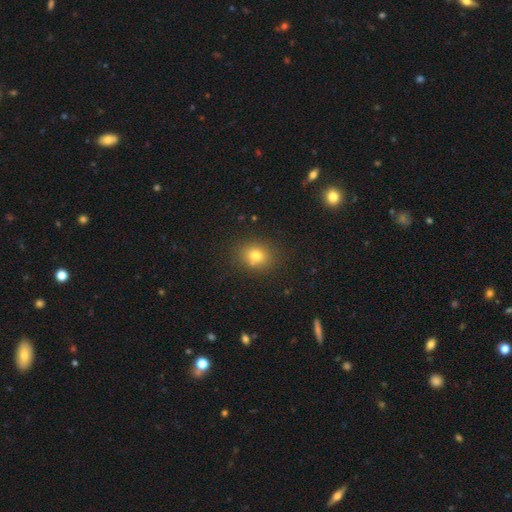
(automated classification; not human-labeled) Morphology: type=smooth (77%); roundness=round (60%); merging=none (78%).